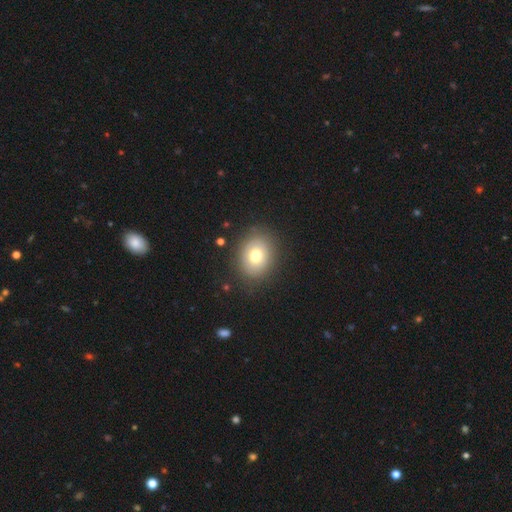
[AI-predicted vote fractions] Smooth or featured?
  - smooth: 74% *
  - featured or disk: 16%
  - star or artifact: 10%
How rounded?
  - round: 52% *
  - in between: 47%
  - cigar-shaped: 1%
Merging?
  - none: 85% *
  - minor disturbance: 10%
  - major disturbance: 4%
  - merger: 1%